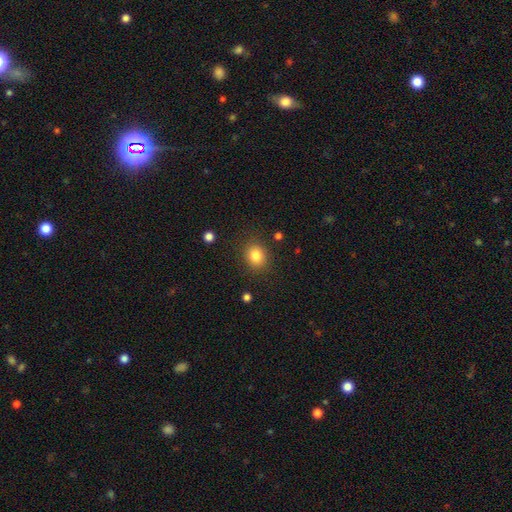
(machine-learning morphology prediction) type=smooth (83%); roundness=round (72%); merging=none (86%).